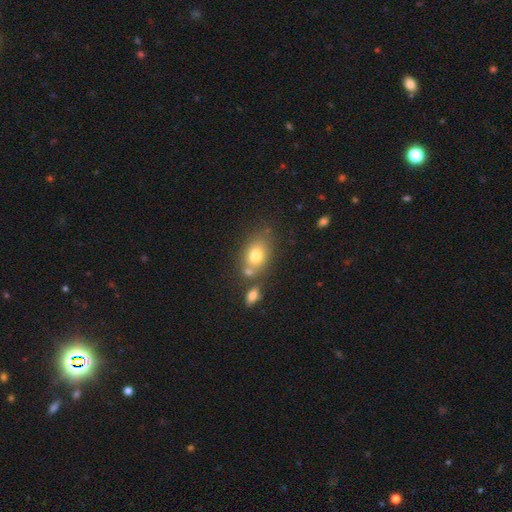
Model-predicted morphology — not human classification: This appears to be a smooth galaxy with no disk features (75%) that is in between round and cigar-shaped (74%). Merging: none (55%).